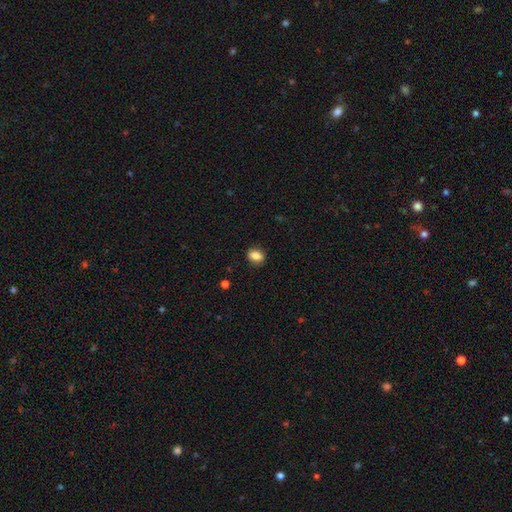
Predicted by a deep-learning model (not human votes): A smooth galaxy with no disk features (84%) that is in between round and cigar-shaped (63%). Merging: none (87%).